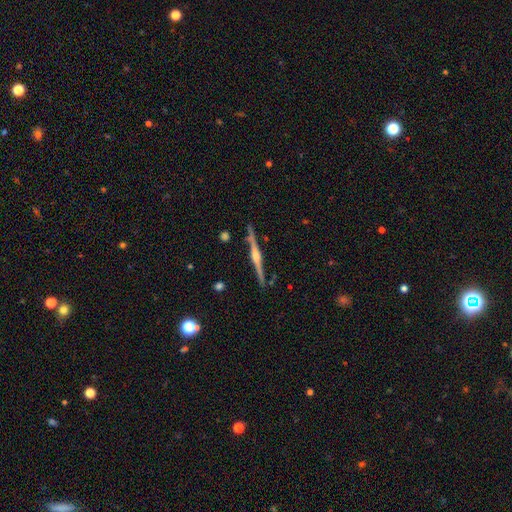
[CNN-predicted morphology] This is clearly a featured or disk galaxy (86%). It is clearly viewed edge-on (98%). Edge-on bulge: clearly rounded (84%). Merging: clearly none (88%).